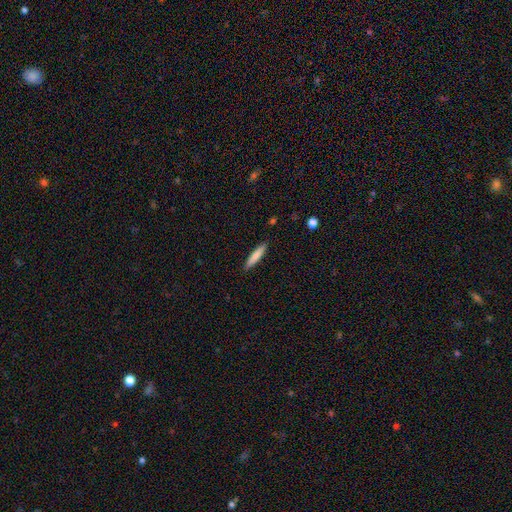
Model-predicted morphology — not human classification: Smooth or featured: smooth — 80% (featured or disk — 15%)
How rounded: cigar-shaped — 88% (in between — 10%)
Merging: none — 90% (minor disturbance — 7%)